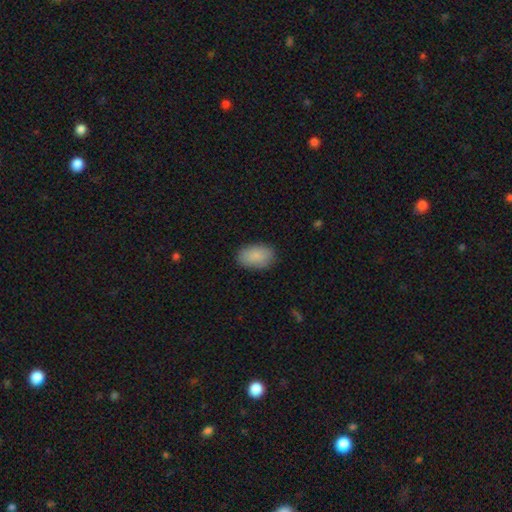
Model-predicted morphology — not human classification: This is clearly a smooth galaxy (87%). How rounded: clearly in between (91%). Merging: clearly none (86%).